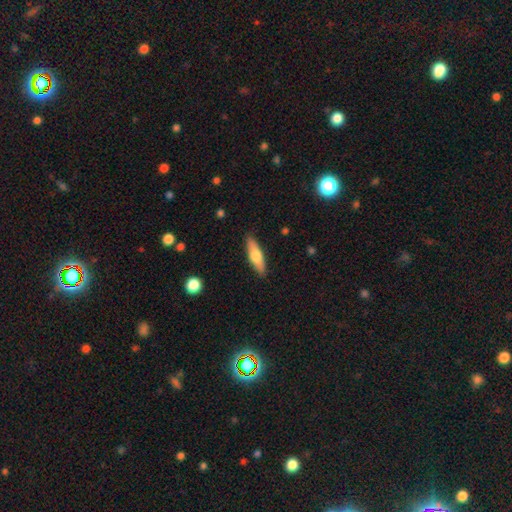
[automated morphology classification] smooth_or_featured: smooth (p=0.60) [alt: featured or disk p=0.35]
how_rounded: cigar-shaped (p=0.60) [alt: in between p=0.38]
merging: none (p=0.89) [alt: minor disturbance p=0.08]